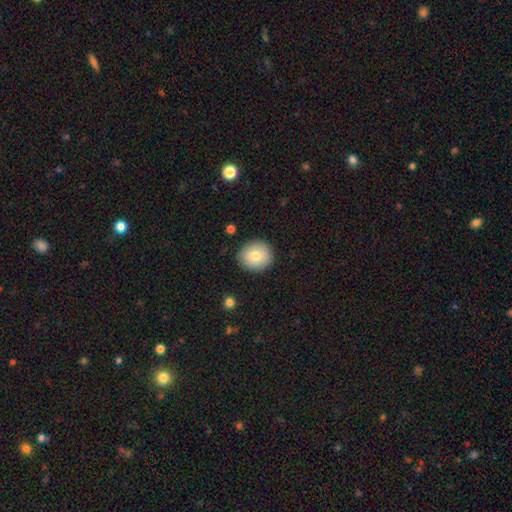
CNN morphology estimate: Overall: smooth (78%). How rounded: round (81%). Merging: none (87%).